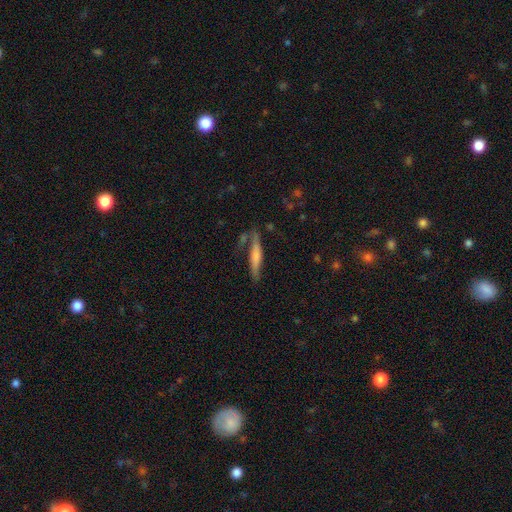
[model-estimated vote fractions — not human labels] Smooth or featured: smooth — 57% (featured or disk — 37%)
How rounded: cigar-shaped — 88% (in between — 10%)
Merging: none — 63% (minor disturbance — 19%)